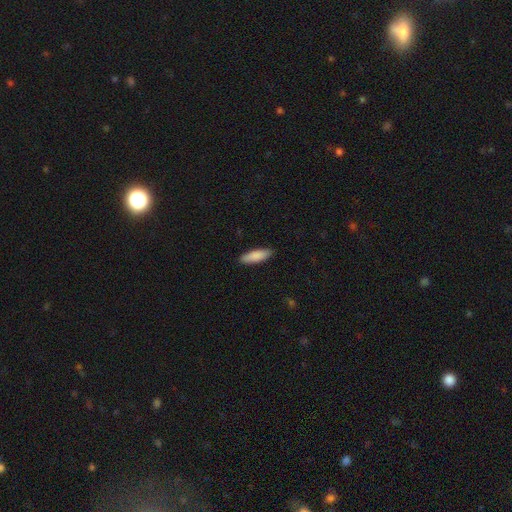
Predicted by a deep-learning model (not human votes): smooth_or_featured: smooth (p=0.88) [alt: featured or disk p=0.07]
how_rounded: in between (p=0.52) [alt: cigar-shaped p=0.47]
merging: none (p=0.89) [alt: minor disturbance p=0.08]